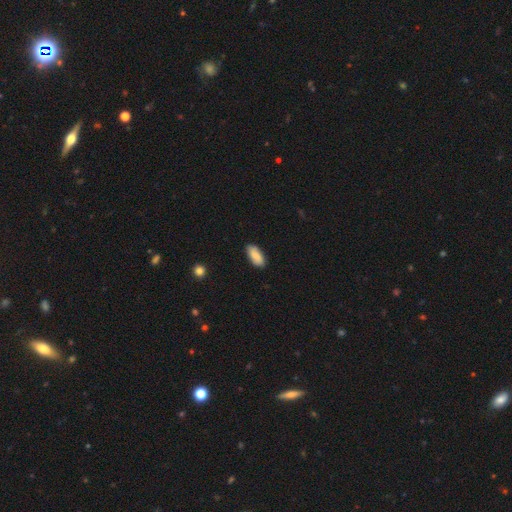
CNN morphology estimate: Q: Smooth or featured?
A: smooth (81%); runner-up: featured or disk (13%)
Q: How rounded?
A: in between (89%); runner-up: cigar-shaped (9%)
Q: Merging?
A: none (85%); runner-up: minor disturbance (11%)